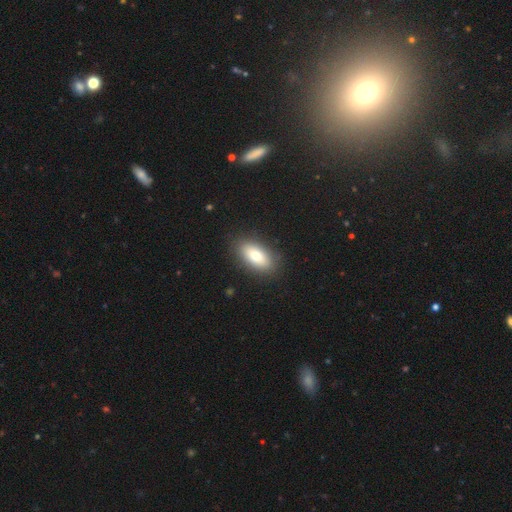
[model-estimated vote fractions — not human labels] A smooth galaxy with no disk features (77%) that is in between round and cigar-shaped (88%).

Vote fractions:
- Smooth or featured? smooth: 77% / featured or disk: 16% / star or artifact: 7%
- How rounded? in between: 88% / cigar-shaped: 7% / round: 4%
- Merging? none: 88% / minor disturbance: 9% / major disturbance: 3% / merger: 1%